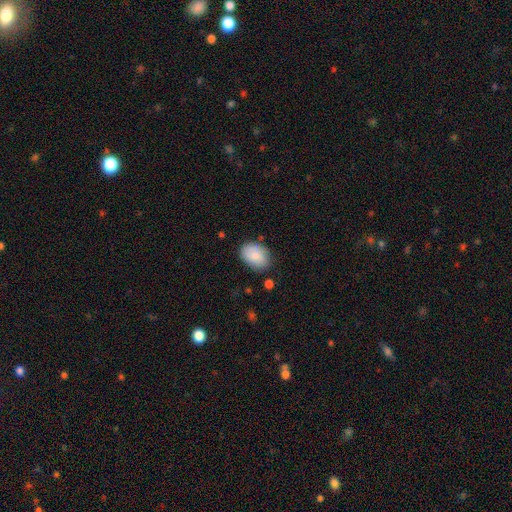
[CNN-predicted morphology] smooth_or_featured: smooth (p=0.85) [alt: featured or disk p=0.09]
how_rounded: in between (p=0.80) [alt: round p=0.19]
merging: none (p=0.77) [alt: minor disturbance p=0.17]